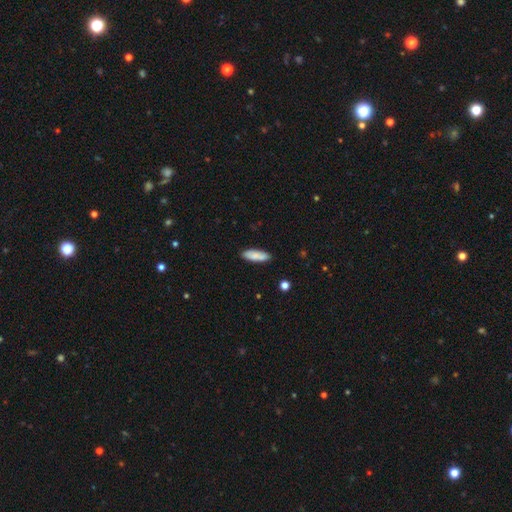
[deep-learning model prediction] Q: Smooth or featured?
A: smooth (84%); runner-up: featured or disk (10%)
Q: How rounded?
A: in between (54%); runner-up: cigar-shaped (45%)
Q: Merging?
A: none (87%); runner-up: minor disturbance (10%)